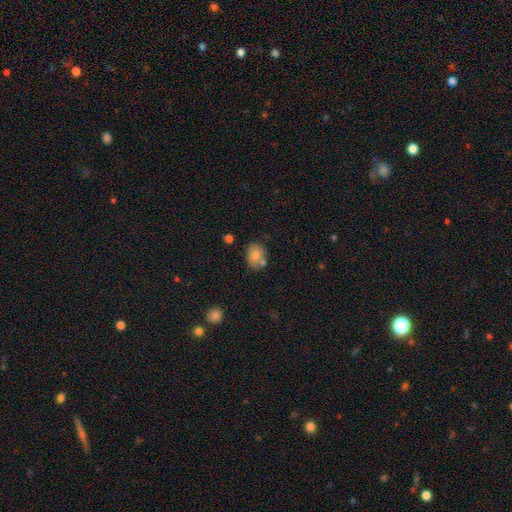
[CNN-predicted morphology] Smooth or featured? smooth (77%)
How rounded? in between (63%)
Merging? none (60%)